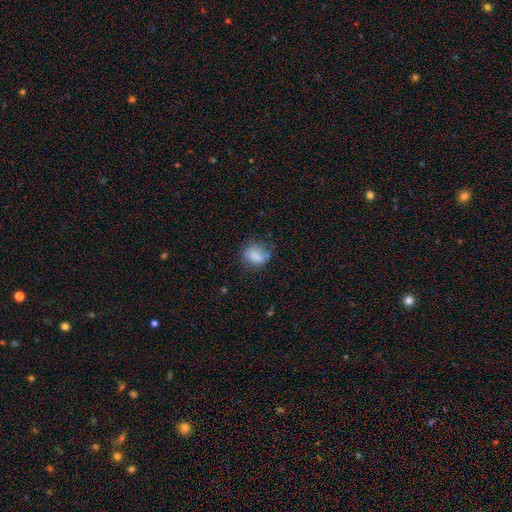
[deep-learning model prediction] This appears to be a smooth galaxy with no disk features (76%) that is in between round and cigar-shaped (57%). Merging: none (58%).